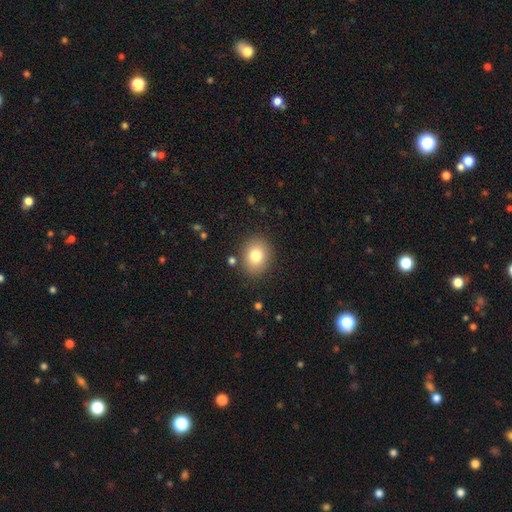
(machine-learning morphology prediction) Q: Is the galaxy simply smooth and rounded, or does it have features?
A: smooth — 80%.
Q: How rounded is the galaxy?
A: round — 56%.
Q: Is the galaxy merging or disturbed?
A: none — 86%.